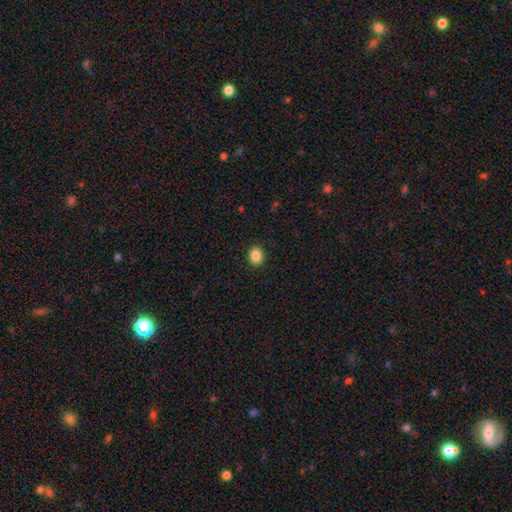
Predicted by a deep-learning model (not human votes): This appears to be a smooth galaxy with no disk features (87%) that is in between round and cigar-shaped (52%). Merging: none (90%).